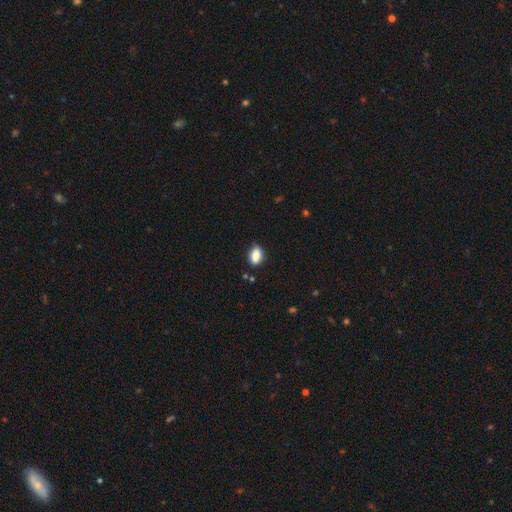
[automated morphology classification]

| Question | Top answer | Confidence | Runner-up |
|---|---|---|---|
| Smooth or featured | smooth | 86% | star or artifact (8%) |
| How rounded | in between | 87% | round (10%) |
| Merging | none | 65% | minor disturbance (27%) |